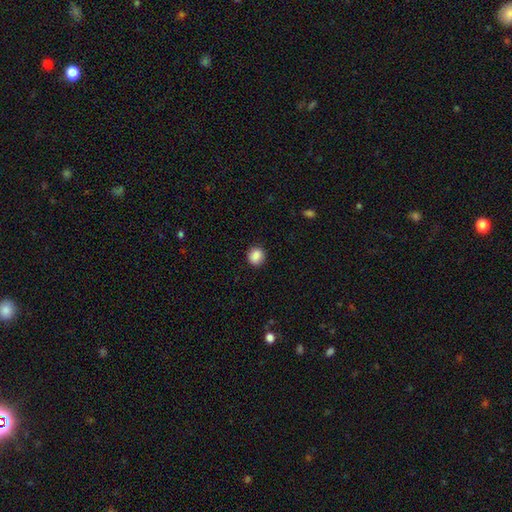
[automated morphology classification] smooth-or-featured: smooth: 87% | star or artifact: 9% | featured or disk: 4%
  how-rounded: round: 81% | in between: 18% | cigar-shaped: 1%
  merging: none: 89% | minor disturbance: 8% | major disturbance: 2% | merger: 1%